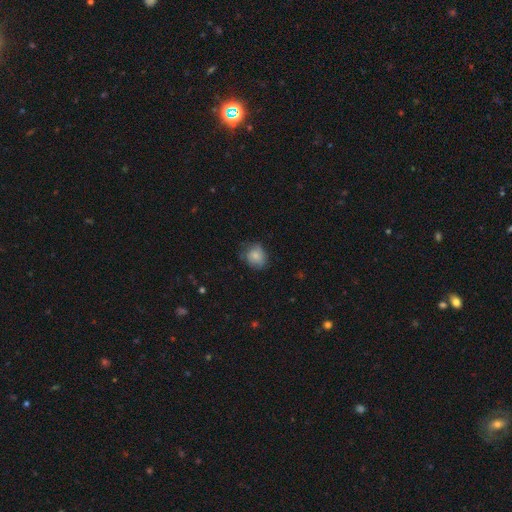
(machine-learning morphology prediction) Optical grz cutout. It shows a smooth galaxy with no disk features (79%) that is round (69%). Merging: none (61%).